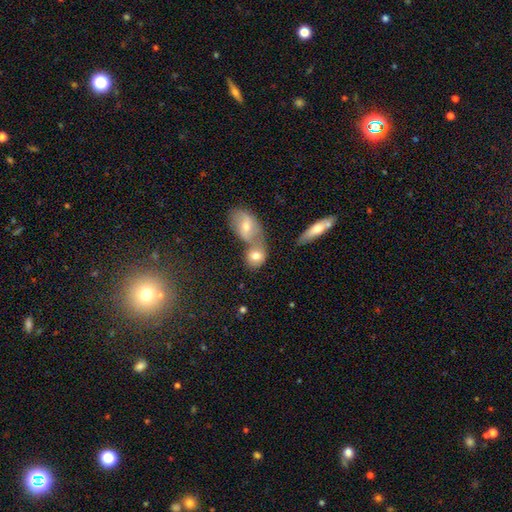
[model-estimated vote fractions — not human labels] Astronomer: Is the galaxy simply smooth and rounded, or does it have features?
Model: smooth — 76%.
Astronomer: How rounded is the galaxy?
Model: round — 52% (runner-up: in between, 45%).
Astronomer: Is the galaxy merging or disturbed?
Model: merger — 53% (runner-up: none, 35%).